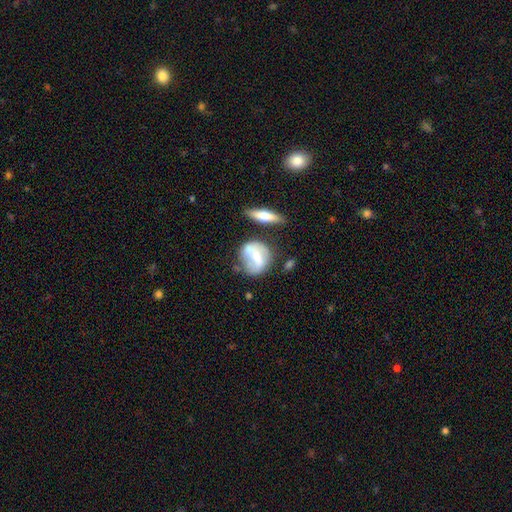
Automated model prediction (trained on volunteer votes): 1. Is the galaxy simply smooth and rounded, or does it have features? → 49% smooth, 44% featured or disk, 7% star or artifact.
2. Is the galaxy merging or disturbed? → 48% none, 24% minor disturbance, 15% merger, 12% major disturbance.